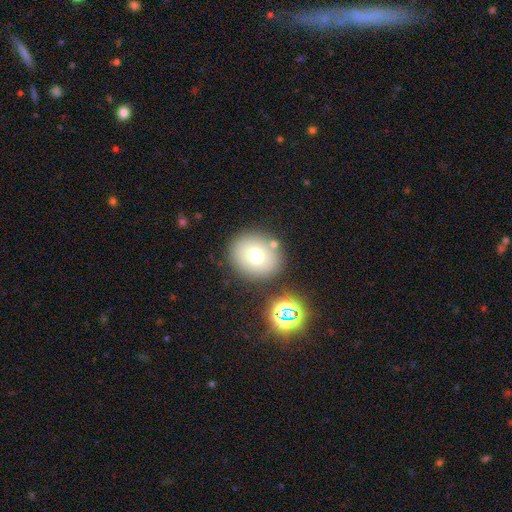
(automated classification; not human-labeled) This is likely a smooth galaxy (69%). How rounded: likely round (77%). Merging: clearly none (81%).